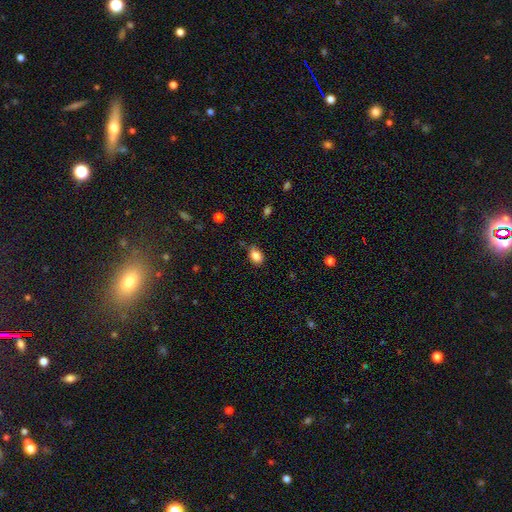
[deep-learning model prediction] This appears to be a smooth galaxy with no disk features (86%) that is in between round and cigar-shaped (78%). Merging: none (71%).